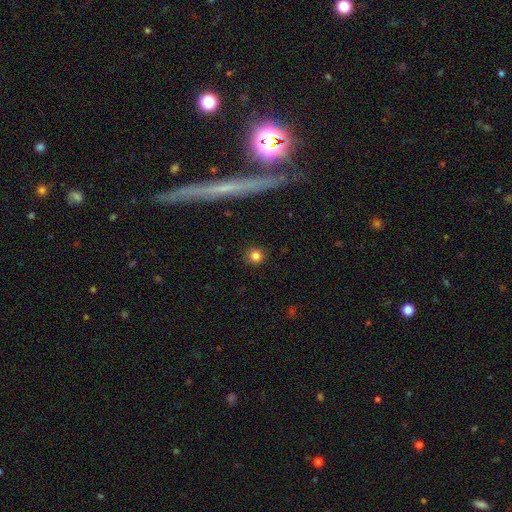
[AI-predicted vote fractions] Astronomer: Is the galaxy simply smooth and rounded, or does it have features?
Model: smooth — 82%.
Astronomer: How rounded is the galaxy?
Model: round — 93%.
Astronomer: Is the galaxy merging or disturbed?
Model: none — 91%.